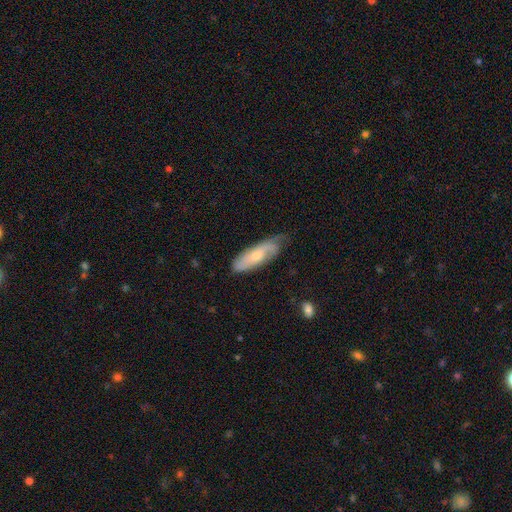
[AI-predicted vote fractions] A featured or disk galaxy (54%).

Vote fractions:
- Smooth or featured? featured or disk: 54% / smooth: 40% / star or artifact: 6%
- Edge-on disk? no: 81% / yes: 19%
- Merging? none: 56% / minor disturbance: 32% / major disturbance: 10% / merger: 2%